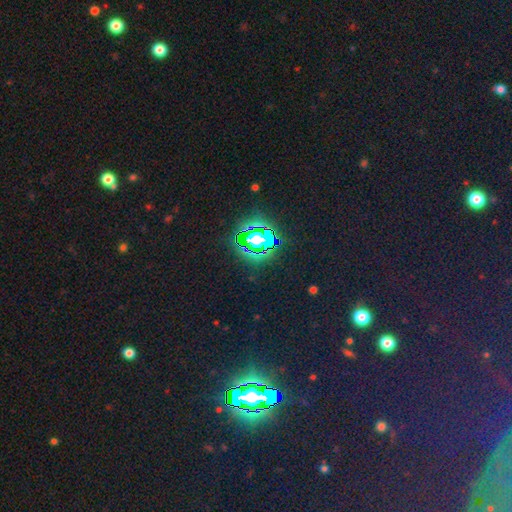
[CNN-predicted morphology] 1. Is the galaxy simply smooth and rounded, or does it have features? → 82% star or artifact, 11% smooth, 7% featured or disk.